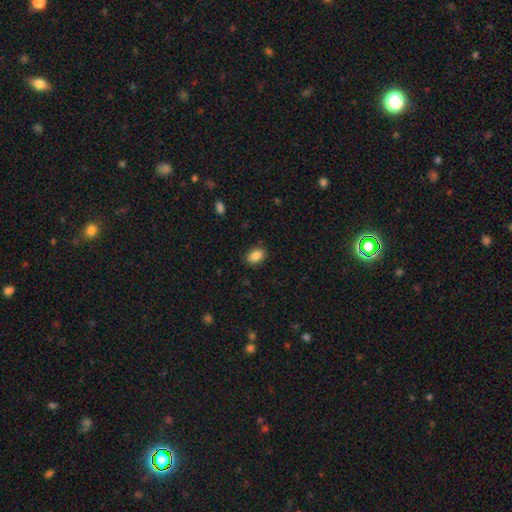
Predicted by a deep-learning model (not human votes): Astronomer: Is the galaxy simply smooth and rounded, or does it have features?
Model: smooth — 87%.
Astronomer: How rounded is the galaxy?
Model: in between — 82%.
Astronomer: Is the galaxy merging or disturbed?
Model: none — 88%.